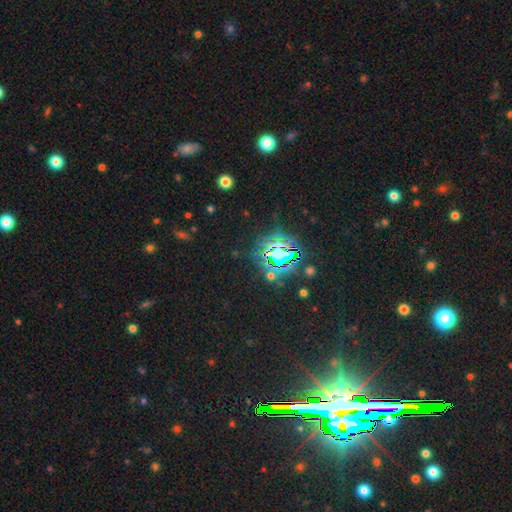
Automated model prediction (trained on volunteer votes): This appears to be a star or artifact, not a galaxy (84%).